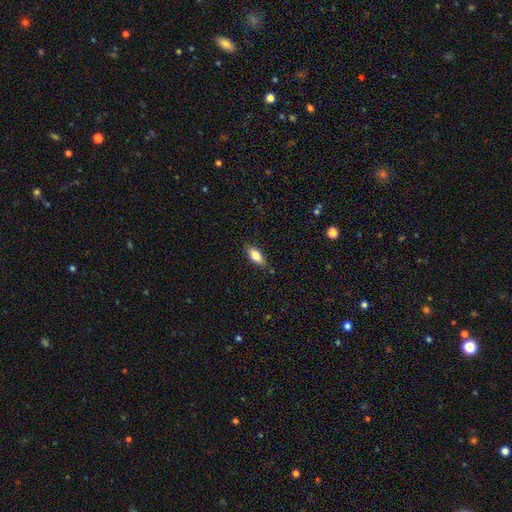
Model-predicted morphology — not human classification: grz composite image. It shows a smooth galaxy with no disk features (77%) that is in between round and cigar-shaped (80%). Merging: none (84%).